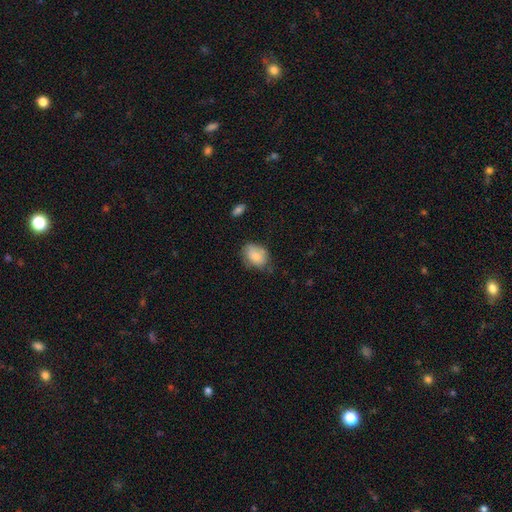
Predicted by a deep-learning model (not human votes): A smooth galaxy with no disk features (77%) that is in between round and cigar-shaped (76%).

Vote fractions:
- Smooth or featured? smooth: 77% / featured or disk: 15% / star or artifact: 8%
- How rounded? in between: 76% / round: 23% / cigar-shaped: 1%
- Merging? none: 59% / minor disturbance: 30% / major disturbance: 7% / merger: 3%